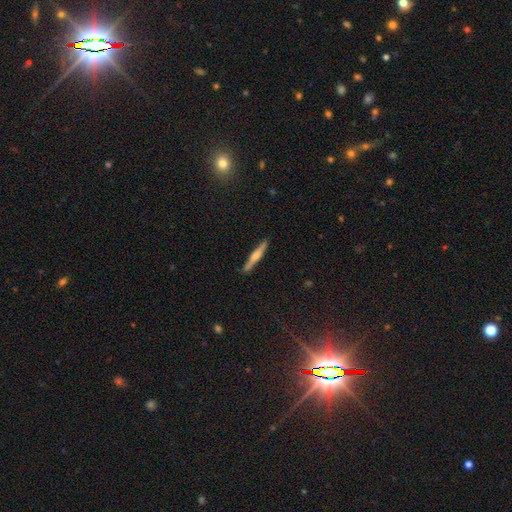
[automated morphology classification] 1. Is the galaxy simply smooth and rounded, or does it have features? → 52% featured or disk, 42% smooth, 6% star or artifact.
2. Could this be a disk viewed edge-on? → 97% yes, 3% no.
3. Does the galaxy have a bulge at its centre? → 74% rounded, 14% none, 12% boxy.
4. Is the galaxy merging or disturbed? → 88% none, 9% minor disturbance, 2% major disturbance, 1% merger.